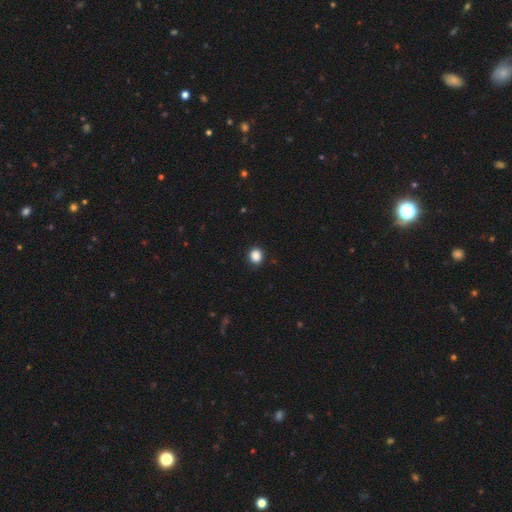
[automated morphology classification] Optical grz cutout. It shows a smooth galaxy with no disk features (88%) that is round (64%). Merging: none (87%).